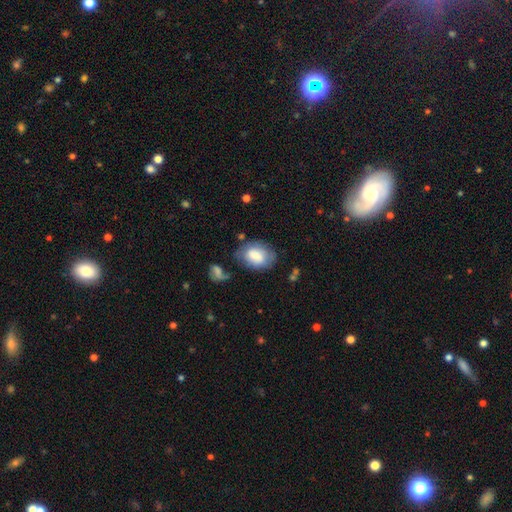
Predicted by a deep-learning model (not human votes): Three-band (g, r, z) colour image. It shows a smooth galaxy with no disk features (74%) that is in between round and cigar-shaped (82%). Merging: none (58%).